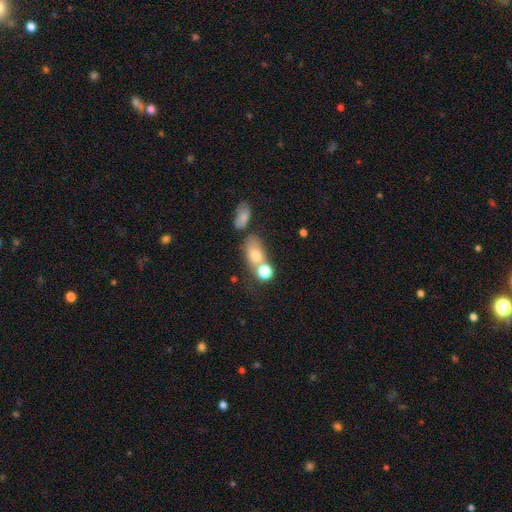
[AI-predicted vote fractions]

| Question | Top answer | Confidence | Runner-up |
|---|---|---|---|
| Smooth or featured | smooth | 65% | featured or disk (19%) |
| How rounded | in between | 62% | round (33%) |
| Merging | none | 41% | merger (36%) |